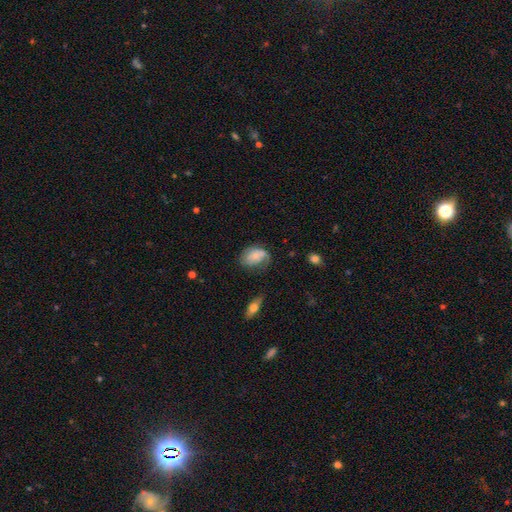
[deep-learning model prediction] This is possibly a smooth galaxy (57%). How rounded: likely in between (78%). Merging: marginally none (38%).